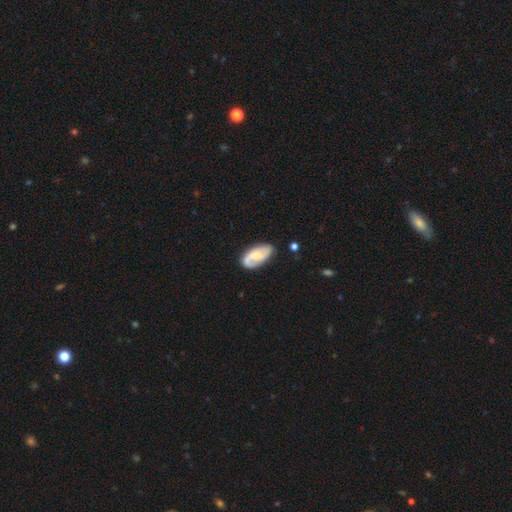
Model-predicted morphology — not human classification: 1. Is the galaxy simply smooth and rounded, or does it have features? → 63% featured or disk, 31% smooth, 6% star or artifact.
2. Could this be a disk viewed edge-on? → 95% no, 5% yes.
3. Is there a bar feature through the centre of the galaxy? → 54% no, 38% weak, 8% strong.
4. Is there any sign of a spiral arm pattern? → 91% yes, 9% no.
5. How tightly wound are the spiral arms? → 43% medium, 30% loose, 27% tight.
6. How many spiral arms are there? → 74% 2, 11% 1, 10% can't tell, 2% 3, 1% 4, 1% more than 4.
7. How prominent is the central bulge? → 40% moderate, 34% small, 14% none, 10% large, 2% dominant.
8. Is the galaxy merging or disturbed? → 73% none, 19% minor disturbance, 6% major disturbance, 3% merger.